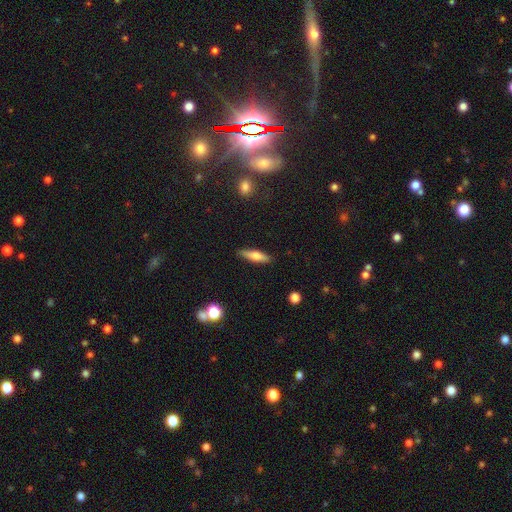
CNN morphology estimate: This is likely a smooth galaxy (63%). How rounded: likely cigar-shaped (66%). Merging: clearly none (87%).